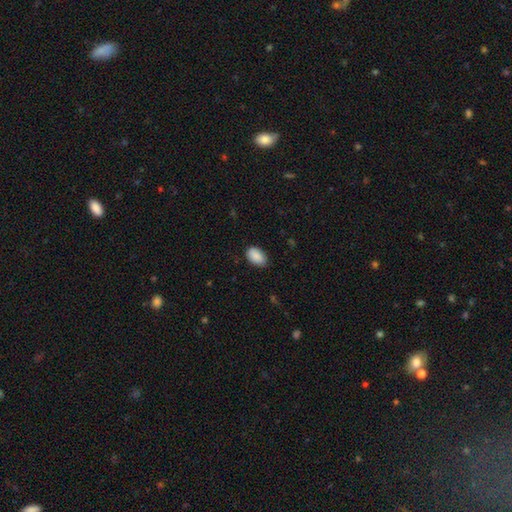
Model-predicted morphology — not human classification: smooth_or_featured: smooth (p=0.90) [alt: star or artifact p=0.07]
how_rounded: in between (p=0.92) [alt: round p=0.07]
merging: none (p=0.78) [alt: minor disturbance p=0.19]